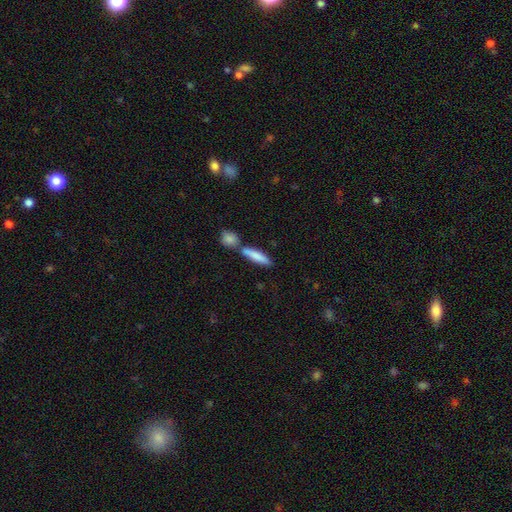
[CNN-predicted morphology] smooth 81%, featured or disk 14%, star or artifact 6%. Down the decision tree: how rounded — cigar-shaped (73%); merging — none (58%).